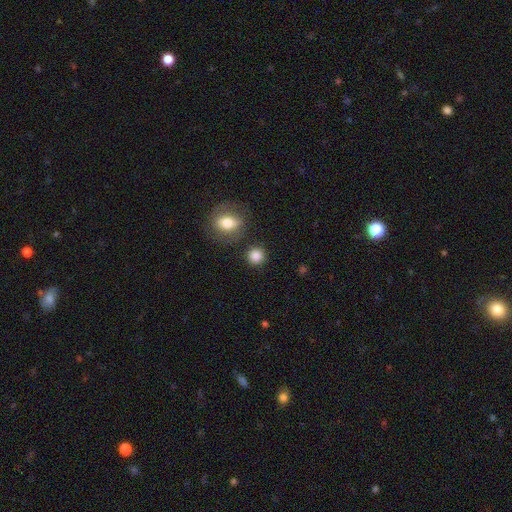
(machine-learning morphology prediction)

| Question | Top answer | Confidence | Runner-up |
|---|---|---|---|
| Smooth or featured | smooth | 85% | star or artifact (10%) |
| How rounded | round | 90% | in between (9%) |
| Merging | none | 83% | minor disturbance (9%) |